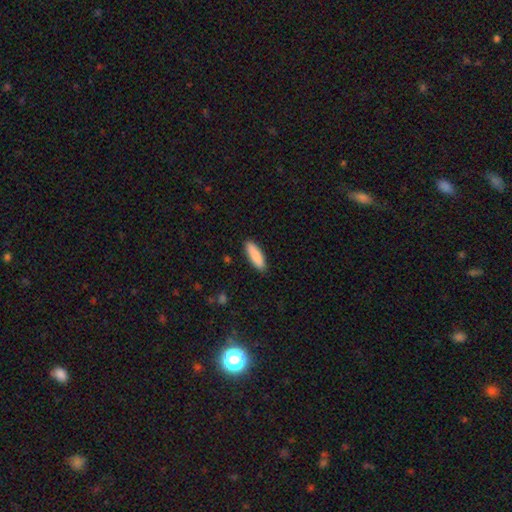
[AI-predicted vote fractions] smooth-or-featured: smooth: 88% | featured or disk: 7% | star or artifact: 5%
  how-rounded: cigar-shaped: 55% | in between: 43% | round: 2%
  merging: none: 89% | minor disturbance: 8% | major disturbance: 2% | merger: 1%